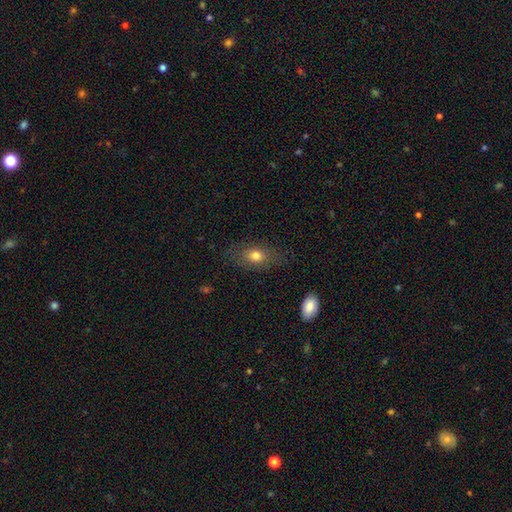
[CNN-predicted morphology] smooth 74%, featured or disk 17%, star or artifact 9%. Down the decision tree: how rounded — in between (78%); merging — none (76%).